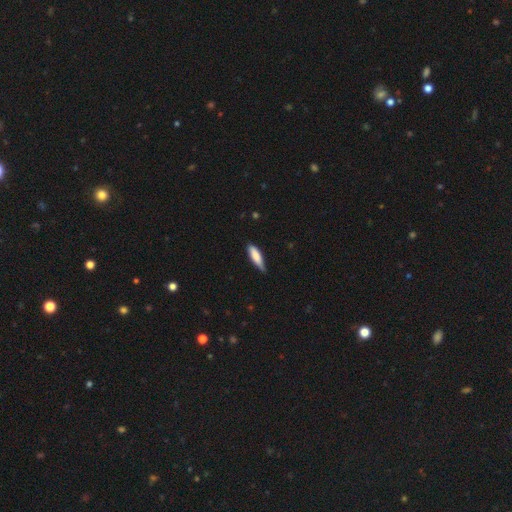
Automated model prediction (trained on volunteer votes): The model was most divided on "how rounded": cigar-shaped: 61%, in between: 38%, round: 2%. More confident: smooth or featured — smooth (80%); merging — none (65%).